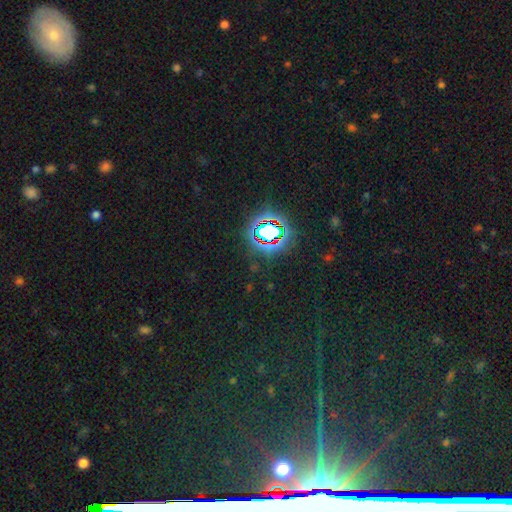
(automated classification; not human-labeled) The model was most divided on "smooth or featured": star or artifact: 83%, smooth: 9%, featured or disk: 8%.